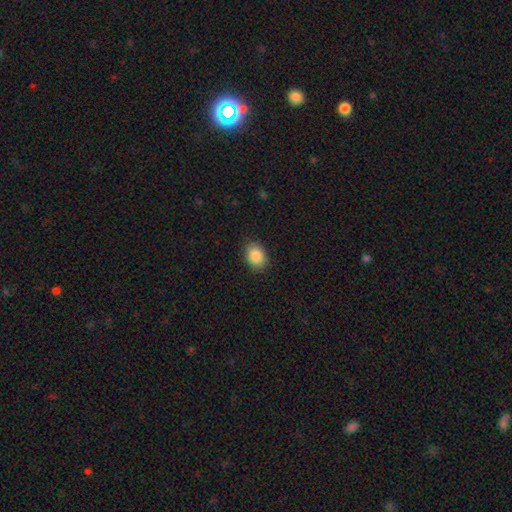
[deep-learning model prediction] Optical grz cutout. It shows a smooth galaxy with no disk features (88%) that is in between round and cigar-shaped (68%). Merging: none (87%).